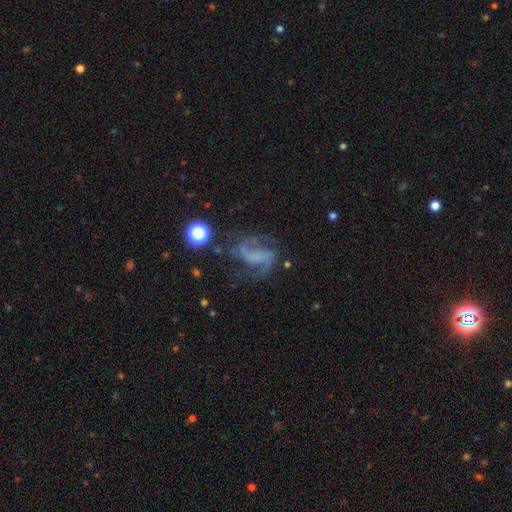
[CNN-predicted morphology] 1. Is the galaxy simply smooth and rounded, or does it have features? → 76% featured or disk, 12% star or artifact, 11% smooth.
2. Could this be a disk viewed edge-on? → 98% no, 2% yes.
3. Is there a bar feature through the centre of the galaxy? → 44% no, 36% weak, 21% strong.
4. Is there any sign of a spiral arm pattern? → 91% yes, 9% no.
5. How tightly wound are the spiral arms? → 46% loose, 41% medium, 13% tight.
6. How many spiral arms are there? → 82% 2, 6% can't tell, 4% 3, 4% 1, 2% 4, 2% more than 4.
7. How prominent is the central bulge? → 68% none, 17% small, 8% moderate, 4% large, 2% dominant.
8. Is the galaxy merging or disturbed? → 58% none, 20% major disturbance, 18% minor disturbance, 4% merger.